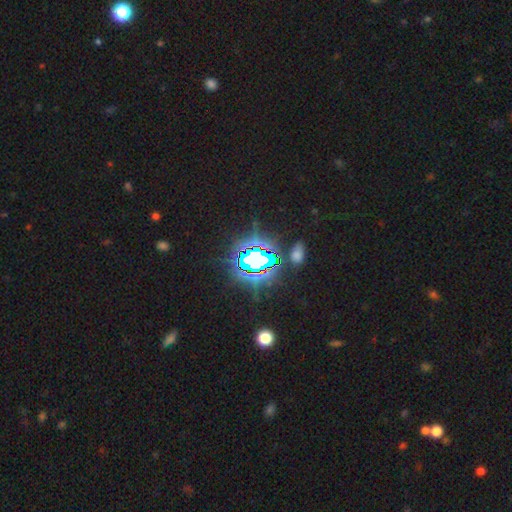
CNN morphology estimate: smooth_or_featured: star or artifact (p=0.79) [alt: smooth p=0.12]